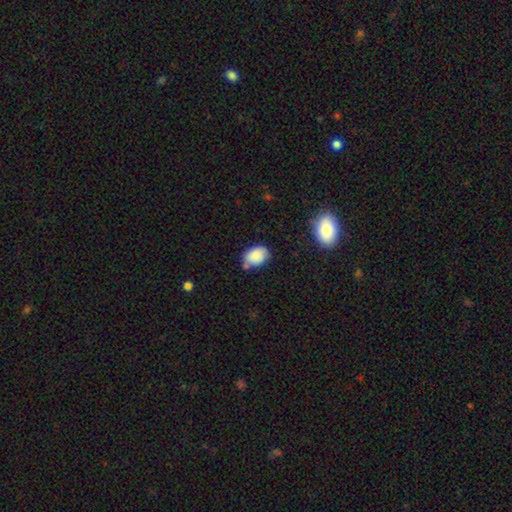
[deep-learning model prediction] smooth 86%, star or artifact 8%, featured or disk 7%. Down the decision tree: how rounded — in between (80%); merging — none (60%).